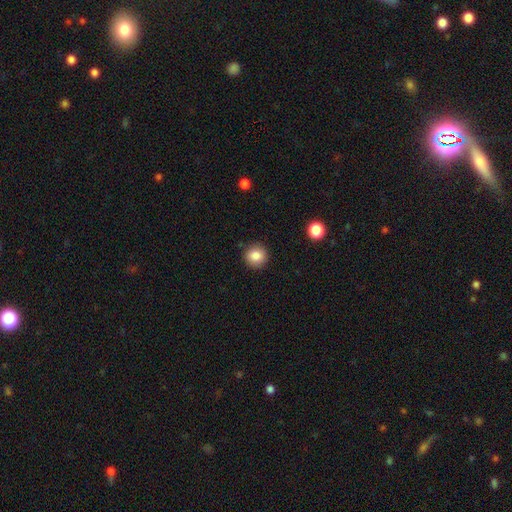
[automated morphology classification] Smooth or featured? smooth (86%)
How rounded? round (91%)
Merging? none (90%)